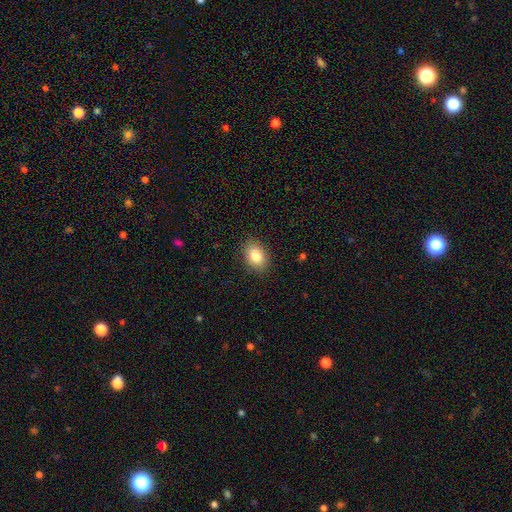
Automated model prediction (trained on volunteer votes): This is clearly a smooth galaxy (82%). How rounded: likely in between (78%). Merging: clearly none (87%).